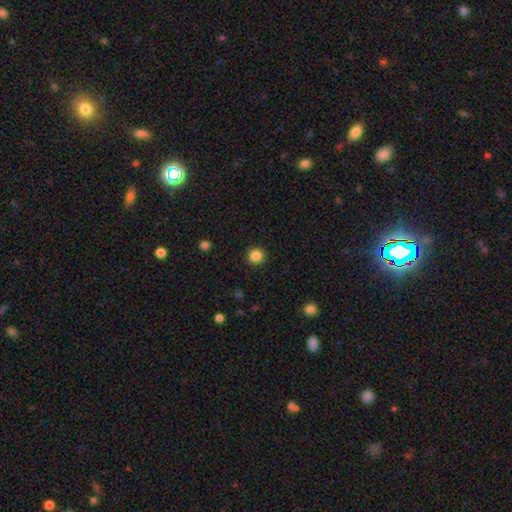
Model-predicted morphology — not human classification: This is clearly a smooth galaxy (86%). How rounded: clearly round (93%). Merging: clearly none (92%).